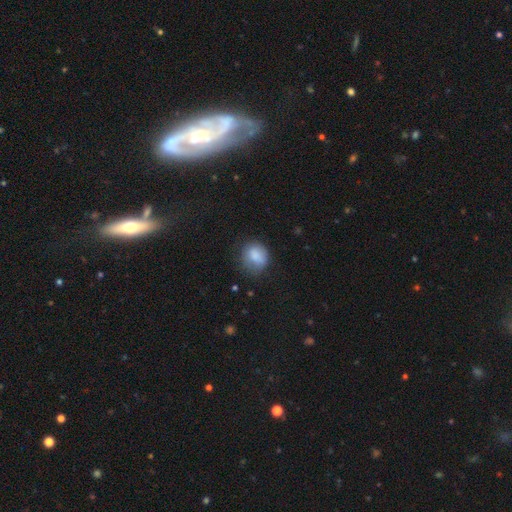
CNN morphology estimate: Smooth or featured? smooth (82%)
How rounded? round (65%)
Merging? none (59%)